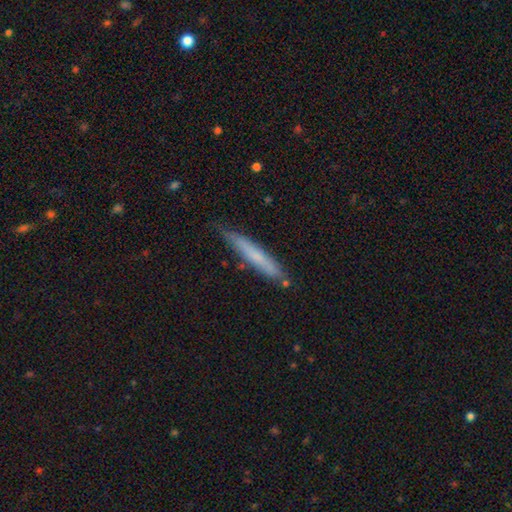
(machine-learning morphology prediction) This appears to be a smooth galaxy with no disk features (62%) that is cigar-shaped (94%). Merging: none (74%).